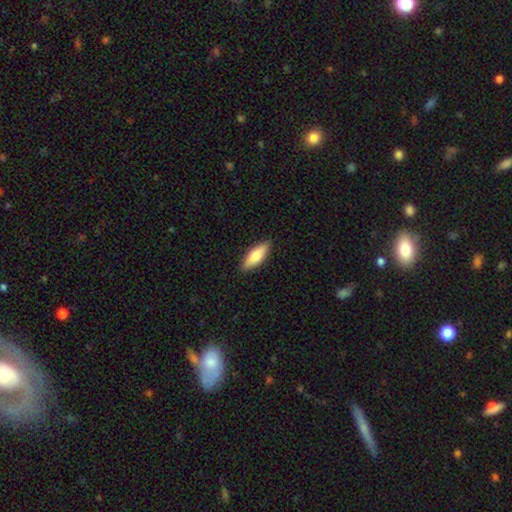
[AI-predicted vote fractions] This is likely a smooth galaxy (75%). How rounded: likely in between (62%). Merging: clearly none (89%).